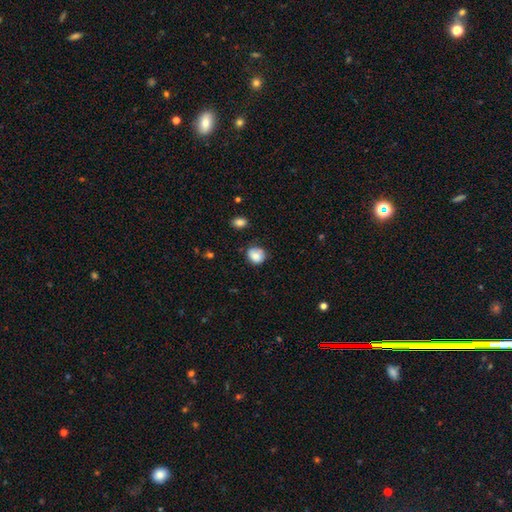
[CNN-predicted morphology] Overall: smooth (80%). How rounded: round (68%; in between 32%). Merging: none (63%; minor disturbance 26%).